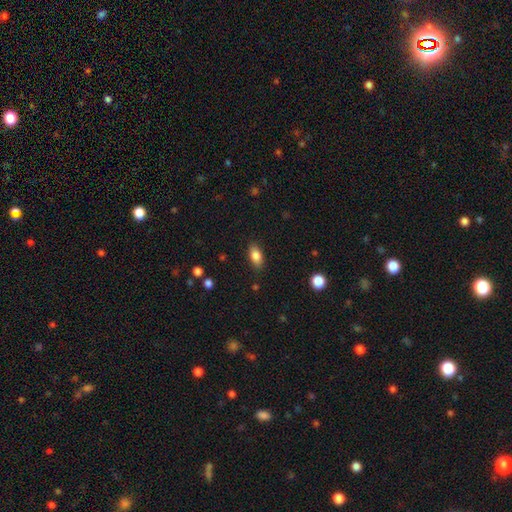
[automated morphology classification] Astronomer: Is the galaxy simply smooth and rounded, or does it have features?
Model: smooth — 84%.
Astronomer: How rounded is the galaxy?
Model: in between — 89%.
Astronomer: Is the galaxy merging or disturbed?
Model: none — 85%.